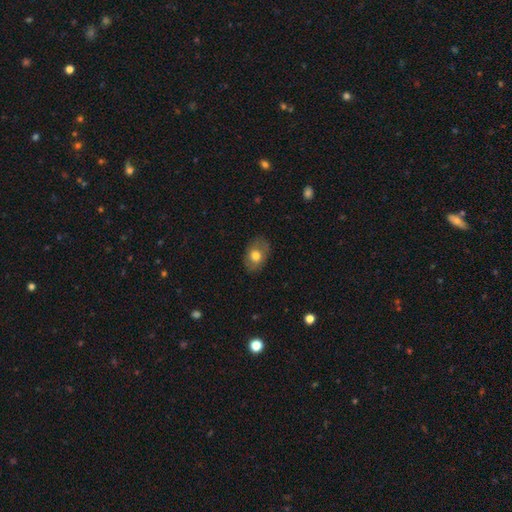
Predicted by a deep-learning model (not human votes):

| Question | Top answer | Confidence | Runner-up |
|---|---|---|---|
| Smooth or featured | smooth | 70% | featured or disk (22%) |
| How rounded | in between | 78% | round (20%) |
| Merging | none | 81% | minor disturbance (15%) |